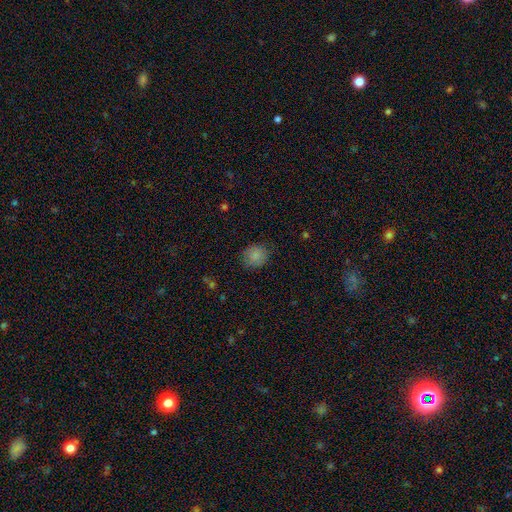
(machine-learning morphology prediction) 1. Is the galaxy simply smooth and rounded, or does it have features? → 86% smooth, 9% star or artifact, 5% featured or disk.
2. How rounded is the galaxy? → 77% round, 22% in between, 1% cigar-shaped.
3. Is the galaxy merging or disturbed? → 81% none, 15% minor disturbance, 4% major disturbance, 1% merger.